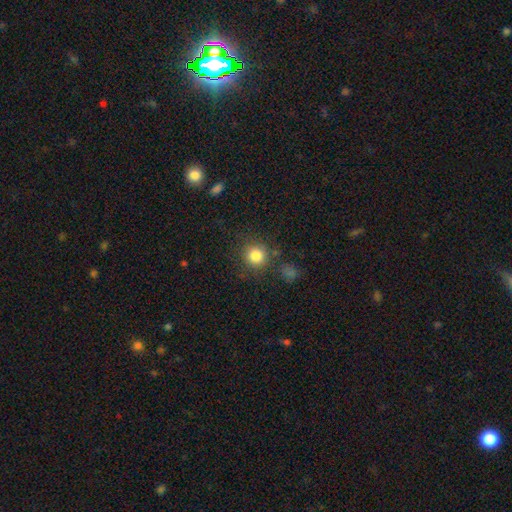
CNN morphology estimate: A smooth galaxy with no disk features (83%) that is round (92%). Merging: none (80%).